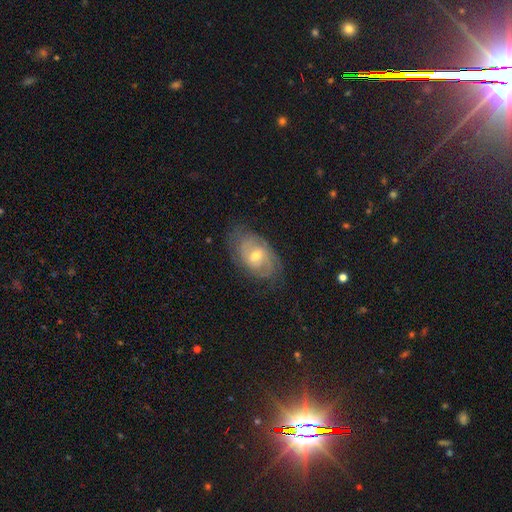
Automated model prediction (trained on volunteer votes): Smooth or featured? Predicted: featured or disk (p=0.77). Edge-on disk? Predicted: no (p=0.95). Bar? Predicted: no (p=0.49). Spiral arms? Predicted: yes (p=0.92). Spiral winding? Predicted: tight (p=0.60). Spiral arm count? Predicted: can't tell (p=0.36). Bulge size? Predicted: moderate (p=0.60). Merging? Predicted: none (p=0.73).